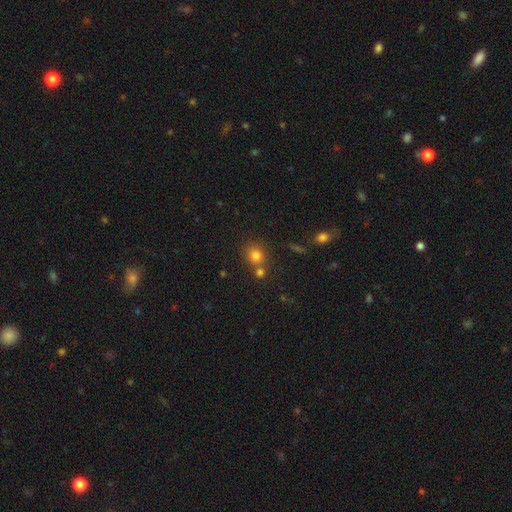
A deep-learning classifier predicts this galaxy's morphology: smooth_or_featured: smooth (p=0.79) [alt: star or artifact p=0.14]
how_rounded: round (p=0.83) [alt: in between p=0.16]
merging: none (p=0.62) [alt: merger p=0.25]